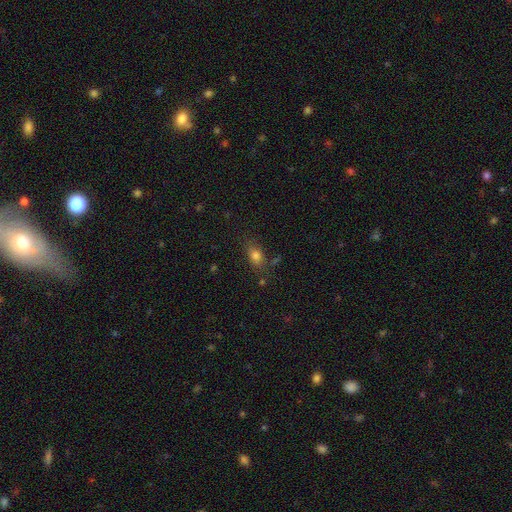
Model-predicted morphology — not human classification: This is likely a smooth galaxy (79%). How rounded: likely in between (78%). Merging: likely none (73%).